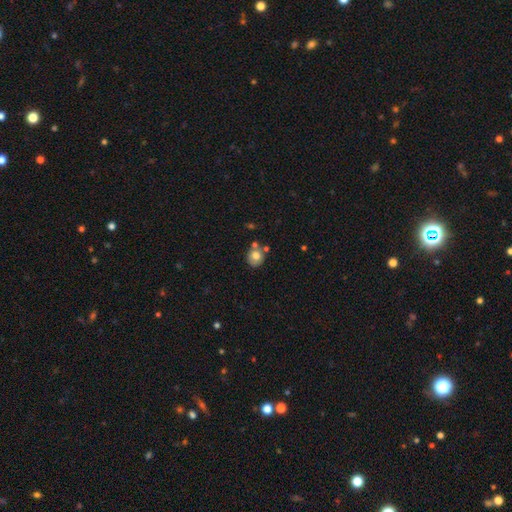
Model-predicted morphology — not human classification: This is likely a smooth galaxy (73%). How rounded: likely round (76%). Merging: likely none (60%).